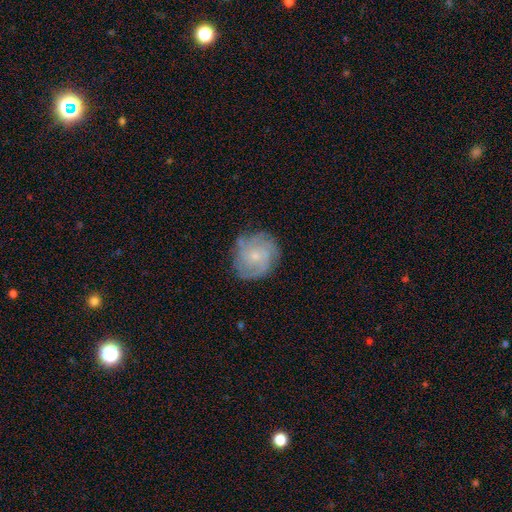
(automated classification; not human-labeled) The model was most divided on "spiral arm count": can't tell: 35%, 3: 23%, 4: 16%, 2: 14%, more than 4: 6%, 1: 6%. More confident: edge-on disk — no (98%); spiral arms — yes (92%); bar — no (78%); bulge size — small (77%); merging — none (75%); smooth or featured — featured or disk (72%); spiral winding — tight (62%).